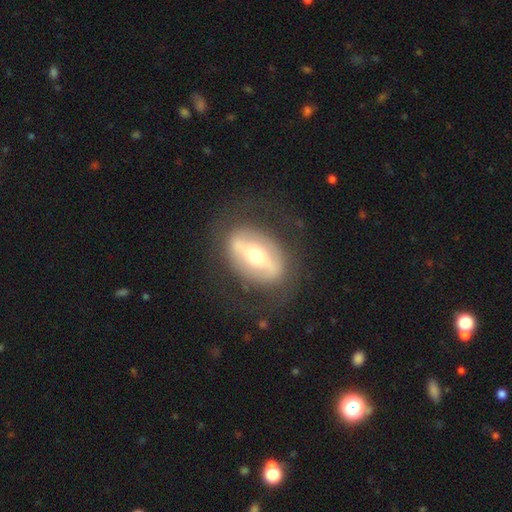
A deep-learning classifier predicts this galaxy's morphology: A featured or disk galaxy (65%) with a strong bar (47%), no spiral arms (59%) and a moderate central bulge (61%). Merging: none (74%).